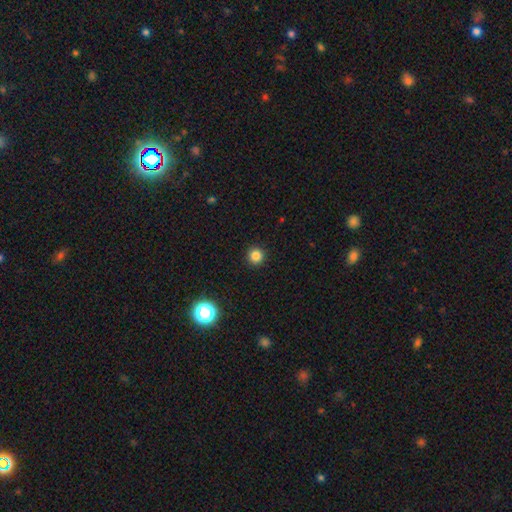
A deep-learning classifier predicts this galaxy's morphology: type=smooth (83%); roundness=round (95%); merging=none (93%).